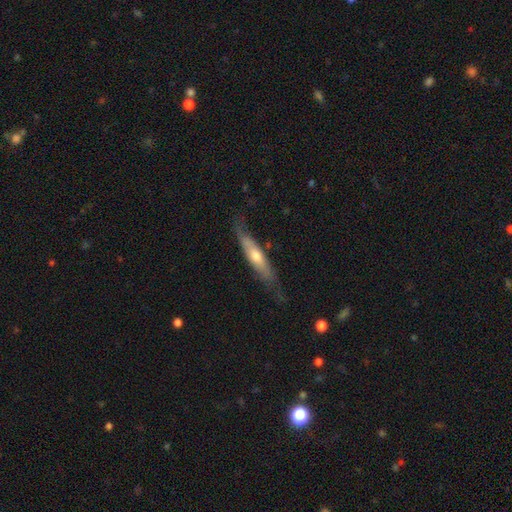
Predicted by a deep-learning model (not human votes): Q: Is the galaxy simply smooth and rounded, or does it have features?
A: featured or disk — 52%.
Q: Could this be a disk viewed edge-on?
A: yes — 67%.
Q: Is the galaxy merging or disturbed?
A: none — 65%.